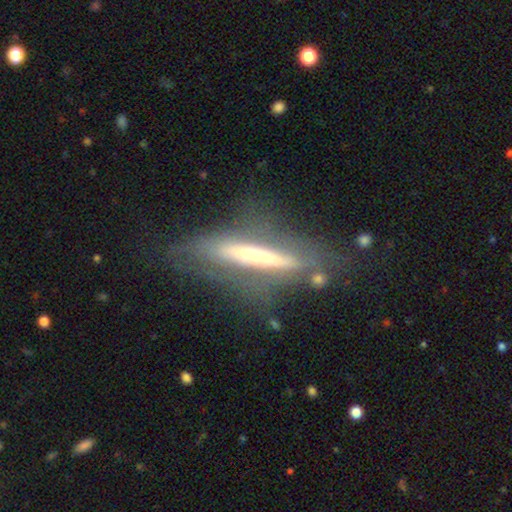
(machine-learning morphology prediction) Overall: featured or disk (65%; smooth 28%). Edge-on disk: yes (76%). Merging: none (61%).